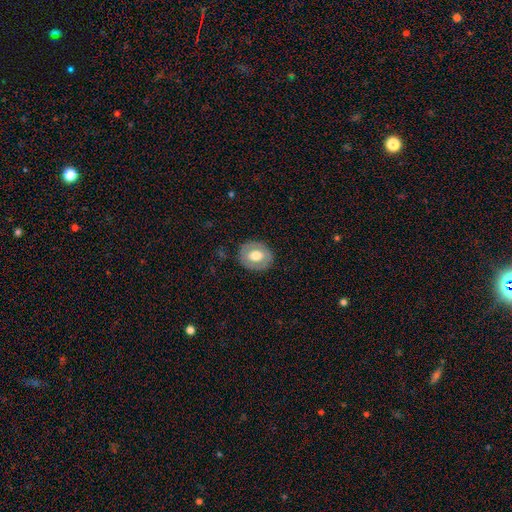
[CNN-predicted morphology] Smooth or featured? smooth (57%)
How rounded? round (55%)
Merging? none (84%)